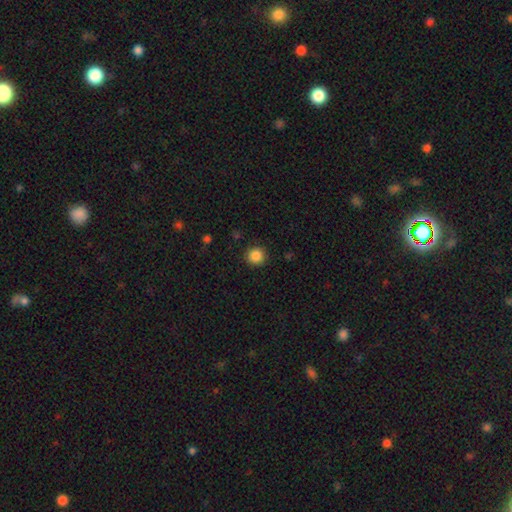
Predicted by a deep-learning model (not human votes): Smooth or featured: smooth — 87% (star or artifact — 10%)
How rounded: round — 94% (in between — 5%)
Merging: none — 90% (minor disturbance — 6%)